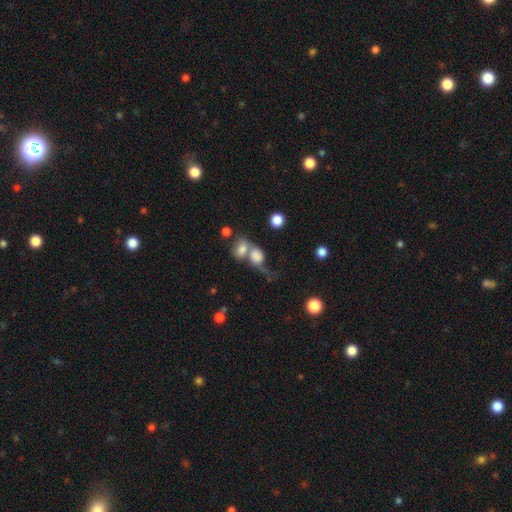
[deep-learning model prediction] Q: Smooth or featured?
A: smooth (74%); runner-up: featured or disk (16%)
Q: How rounded?
A: in between (50%); runner-up: round (48%)
Q: Merging?
A: merger (56%); runner-up: none (18%)